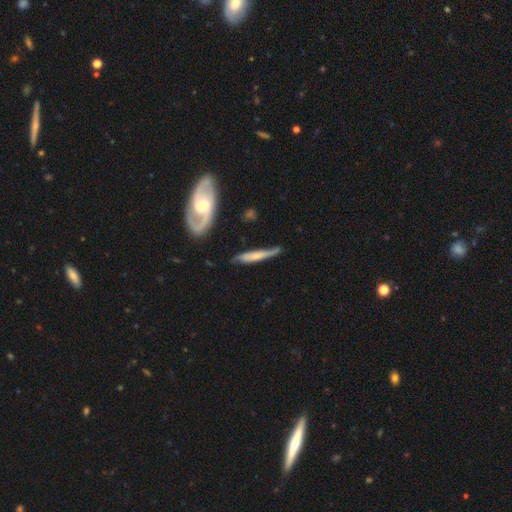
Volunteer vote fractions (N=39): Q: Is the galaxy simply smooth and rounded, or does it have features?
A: featured or disk — 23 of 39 (59%).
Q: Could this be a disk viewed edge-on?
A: yes — 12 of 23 (52%).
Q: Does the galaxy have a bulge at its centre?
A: rounded — 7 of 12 (58%).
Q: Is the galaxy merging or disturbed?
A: none — 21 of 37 (57%).